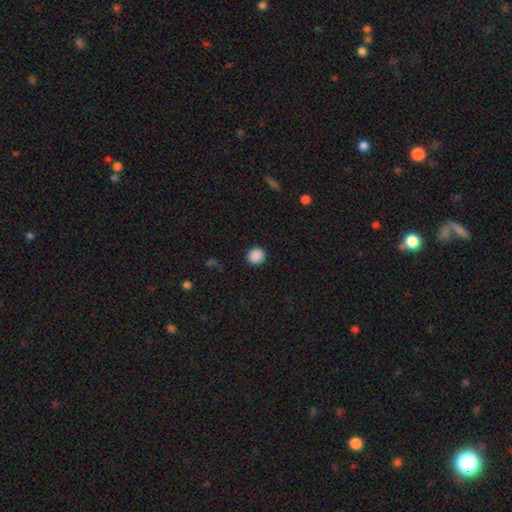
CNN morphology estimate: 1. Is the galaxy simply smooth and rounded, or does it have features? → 89% smooth, 9% star or artifact, 2% featured or disk.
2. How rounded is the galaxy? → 92% round, 7% in between, 1% cigar-shaped.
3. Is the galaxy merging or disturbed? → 91% none, 5% minor disturbance, 2% major disturbance, 1% merger.